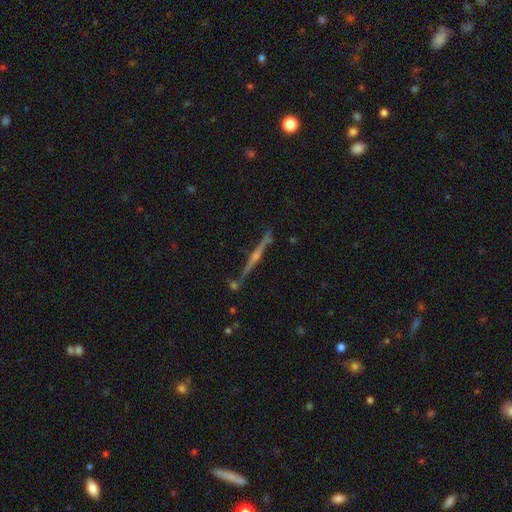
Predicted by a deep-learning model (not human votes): This is clearly a featured or disk galaxy (83%). It is clearly viewed edge-on (98%). Edge-on bulge: clearly rounded (83%). Merging: clearly none (85%).